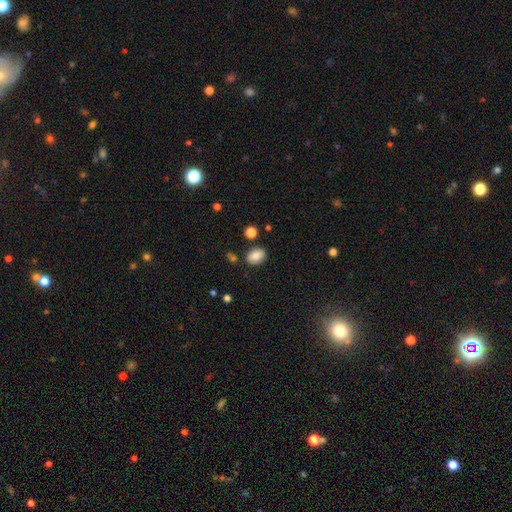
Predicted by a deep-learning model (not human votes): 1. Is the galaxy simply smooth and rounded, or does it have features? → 84% smooth, 9% star or artifact, 7% featured or disk.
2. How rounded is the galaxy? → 72% in between, 27% round, 1% cigar-shaped.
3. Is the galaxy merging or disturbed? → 83% none, 10% minor disturbance, 4% merger, 3% major disturbance.